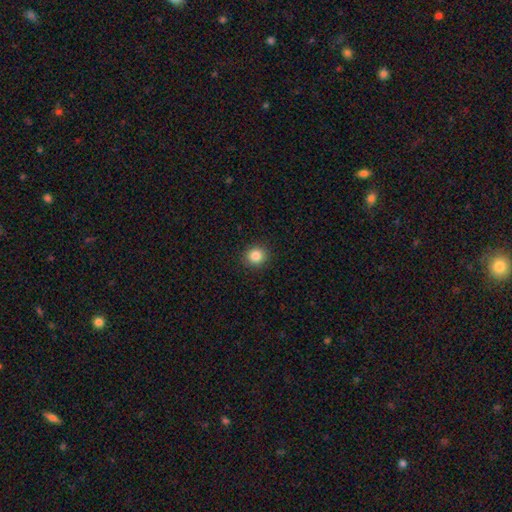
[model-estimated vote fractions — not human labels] A smooth galaxy with no disk features (85%) that is round (88%).

Vote fractions:
- Smooth or featured? smooth: 85% / star or artifact: 11% / featured or disk: 4%
- How rounded? round: 88% / in between: 11% / cigar-shaped: 1%
- Merging? none: 92% / minor disturbance: 5% / major disturbance: 2% / merger: 1%